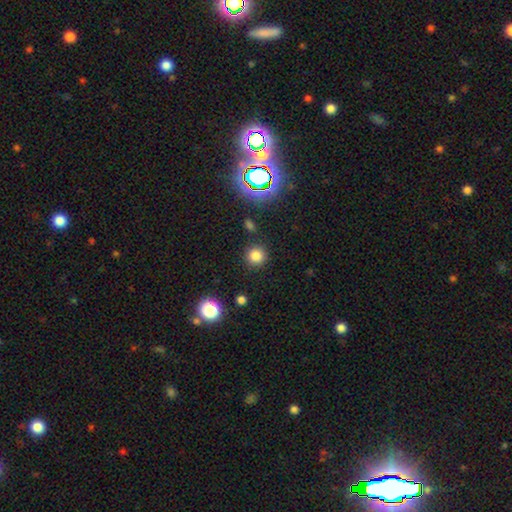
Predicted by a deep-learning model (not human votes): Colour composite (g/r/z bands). It shows a smooth galaxy with no disk features (79%) that is round (93%). Merging: none (88%).